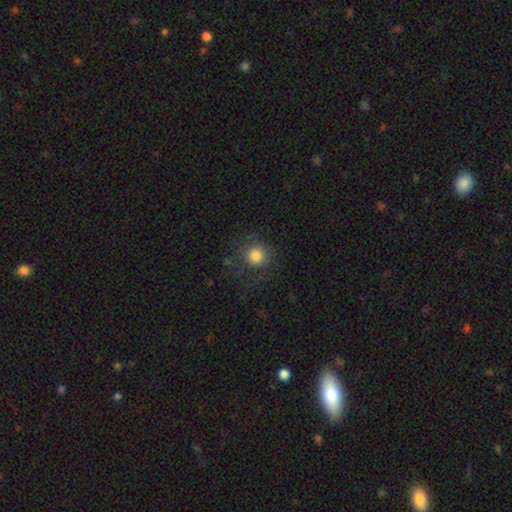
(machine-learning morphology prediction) Overall: smooth (81%). How rounded: round (92%). Merging: none (72%).